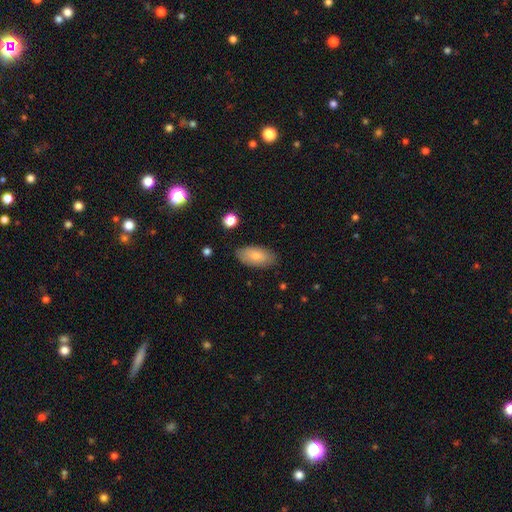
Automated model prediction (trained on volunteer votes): Smooth or featured: smooth — 81% (featured or disk — 13%)
How rounded: in between — 93% (cigar-shaped — 5%)
Merging: none — 83% (minor disturbance — 13%)